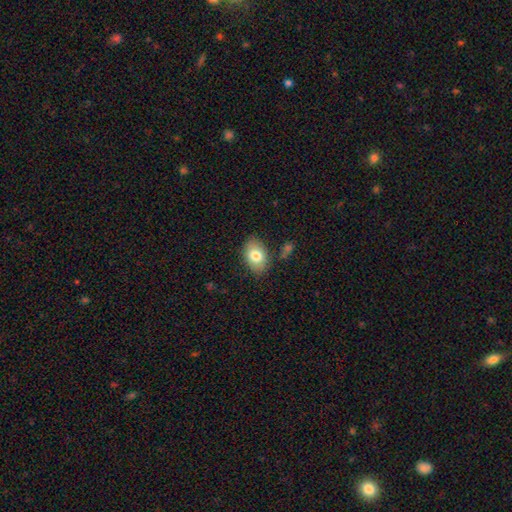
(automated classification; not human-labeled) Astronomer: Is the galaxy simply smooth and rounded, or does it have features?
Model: smooth — 79%.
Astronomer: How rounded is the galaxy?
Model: in between — 86%.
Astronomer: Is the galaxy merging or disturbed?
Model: none — 82%.